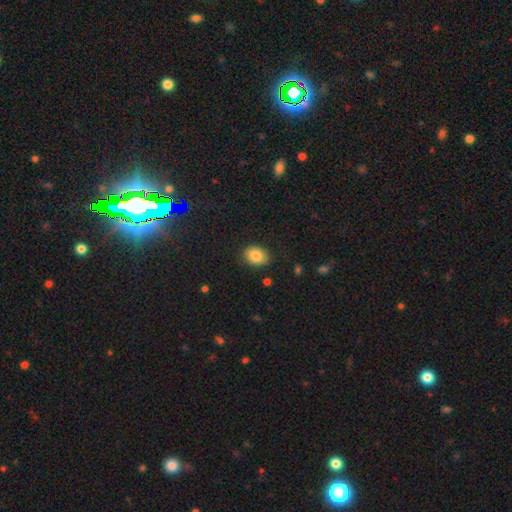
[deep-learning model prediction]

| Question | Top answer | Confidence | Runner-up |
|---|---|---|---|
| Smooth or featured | smooth | 84% | star or artifact (9%) |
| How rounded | in between | 60% | round (39%) |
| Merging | none | 86% | minor disturbance (10%) |